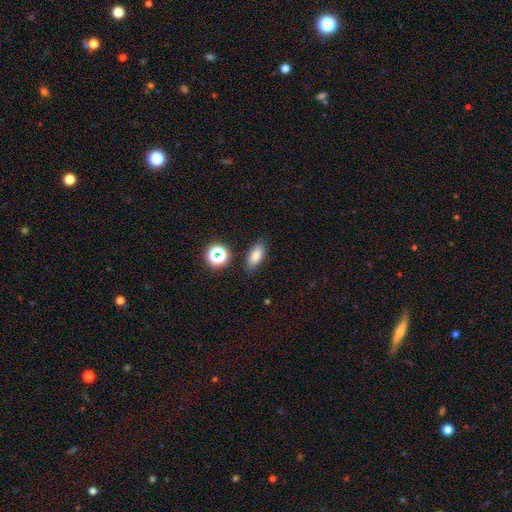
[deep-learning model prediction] A smooth galaxy with no disk features (79%) that is in between round and cigar-shaped (79%). Merging: none (83%).